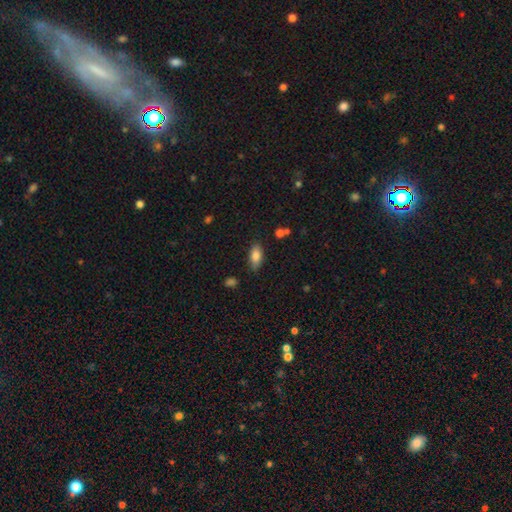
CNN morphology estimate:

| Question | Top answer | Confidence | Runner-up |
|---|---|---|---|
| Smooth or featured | smooth | 82% | featured or disk (10%) |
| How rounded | in between | 87% | cigar-shaped (10%) |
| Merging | none | 81% | minor disturbance (14%) |